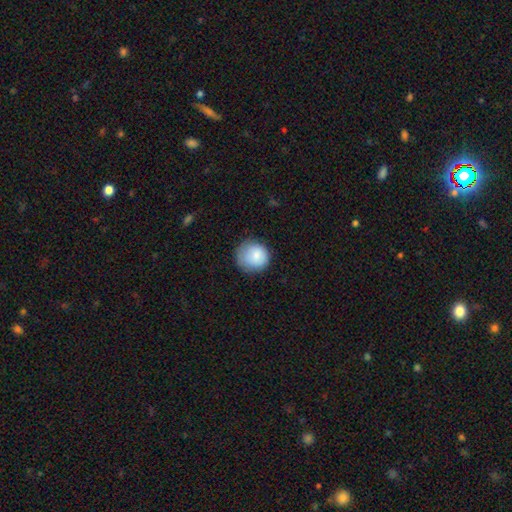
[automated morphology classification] This is clearly a smooth galaxy (84%). How rounded: clearly round (88%). Merging: likely none (72%).